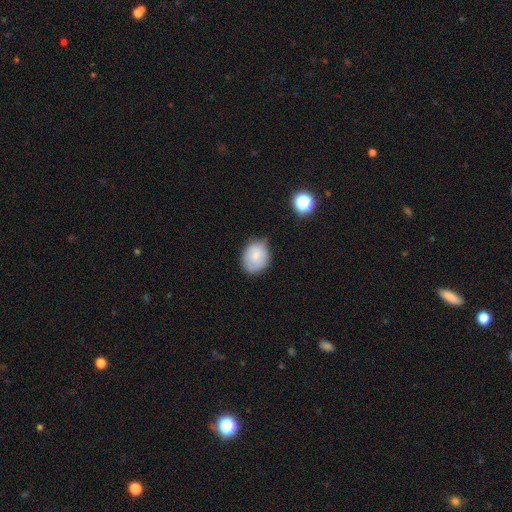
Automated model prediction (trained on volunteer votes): Smooth or featured? smooth (75%)
How rounded? in between (57%)
Merging? none (68%)